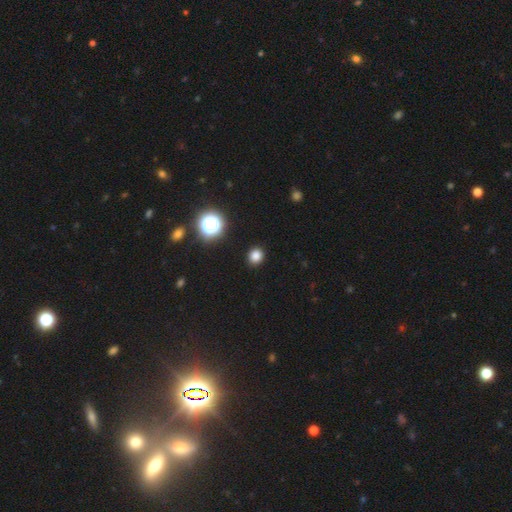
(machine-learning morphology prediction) Smooth or featured? smooth (81%)
How rounded? round (83%)
Merging? none (91%)